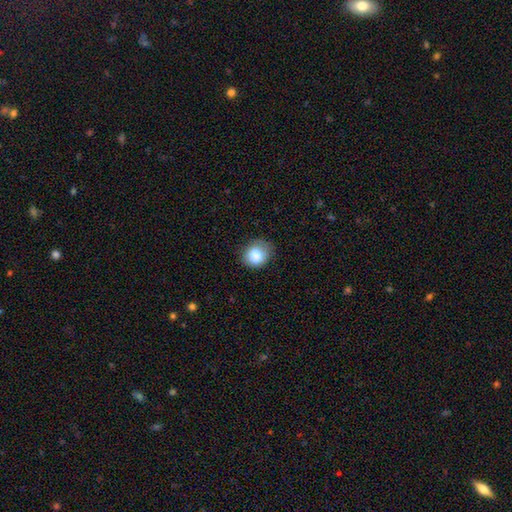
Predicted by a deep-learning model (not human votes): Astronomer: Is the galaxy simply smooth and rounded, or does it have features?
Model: smooth — 82%.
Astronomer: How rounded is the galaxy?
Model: round — 65%.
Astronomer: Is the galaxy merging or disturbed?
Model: none — 74%.